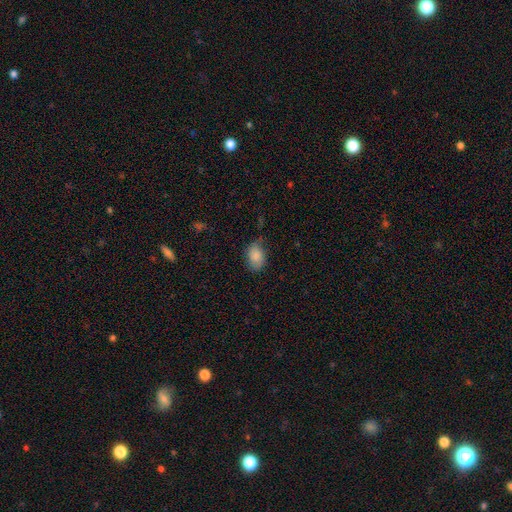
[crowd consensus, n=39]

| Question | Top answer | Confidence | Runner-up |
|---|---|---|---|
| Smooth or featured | smooth | 87% | star or artifact (8%) |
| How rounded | in between | 82% | round (18%) |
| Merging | none | 83% | minor disturbance (14%) |